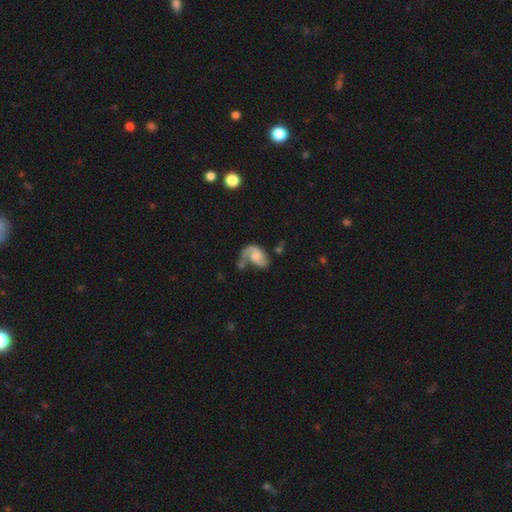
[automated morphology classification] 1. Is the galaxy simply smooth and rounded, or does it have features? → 73% featured or disk, 20% smooth, 7% star or artifact.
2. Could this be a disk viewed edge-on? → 98% no, 2% yes.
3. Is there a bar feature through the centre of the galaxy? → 61% no, 32% weak, 7% strong.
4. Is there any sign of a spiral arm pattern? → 91% yes, 9% no.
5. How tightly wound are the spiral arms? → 46% loose, 39% medium, 15% tight.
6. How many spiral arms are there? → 55% 2, 38% 1, 4% can't tell, 1% 3, 1% 4, 1% more than 4.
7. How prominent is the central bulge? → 31% moderate, 26% small, 26% none, 14% large, 3% dominant.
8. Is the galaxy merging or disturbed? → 33% major disturbance, 32% none, 21% minor disturbance, 14% merger.